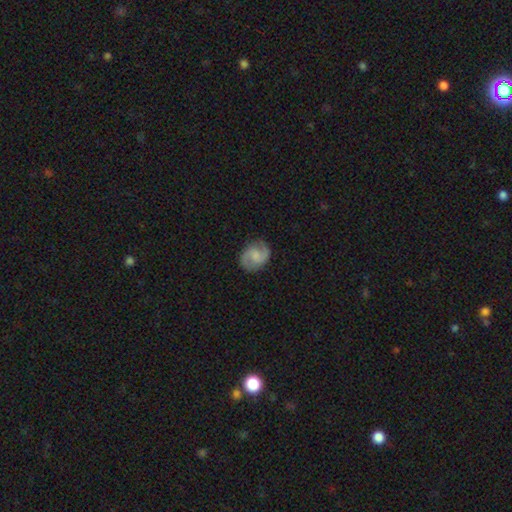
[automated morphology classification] This appears to be a featured or disk galaxy (73%) with no bar (47%), 2 (91%) medium (55%) spiral arms (95%) and no central bulge (37%). Merging: none (82%).